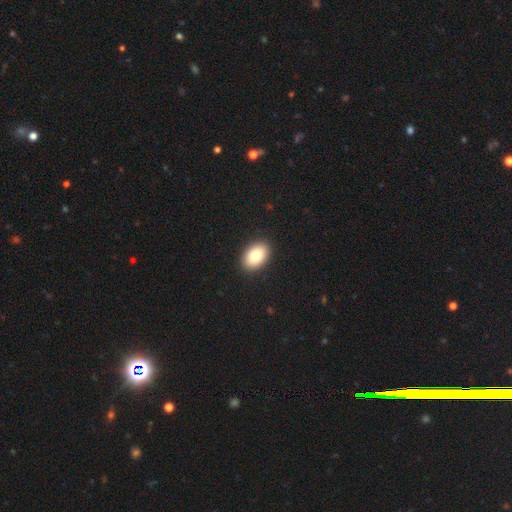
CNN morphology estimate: Smooth or featured? Predicted: smooth (p=0.82). How rounded? Predicted: in between (p=0.86). Merging? Predicted: none (p=0.91).